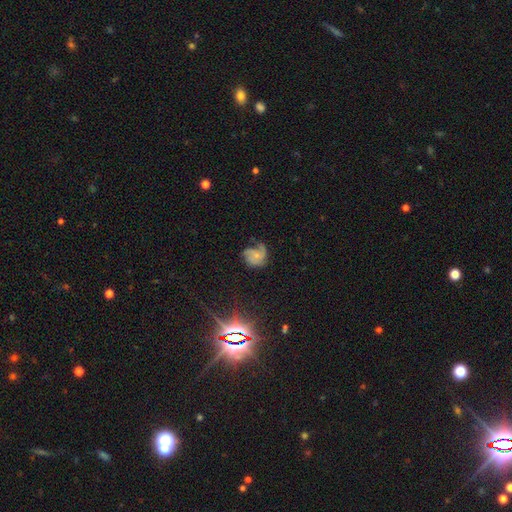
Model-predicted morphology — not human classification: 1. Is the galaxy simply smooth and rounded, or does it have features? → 63% featured or disk, 25% smooth, 12% star or artifact.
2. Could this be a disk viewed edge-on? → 98% no, 2% yes.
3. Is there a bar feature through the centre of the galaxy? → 79% no, 18% weak, 3% strong.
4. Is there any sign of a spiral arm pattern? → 90% yes, 10% no.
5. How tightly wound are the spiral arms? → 44% medium, 31% tight, 25% loose.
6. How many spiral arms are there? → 43% 3, 19% 2, 17% can't tell, 11% 1, 6% 4, 4% more than 4.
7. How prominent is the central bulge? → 67% small, 19% moderate, 12% none, 1% large, 1% dominant.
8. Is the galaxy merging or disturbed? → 49% none, 27% minor disturbance, 22% major disturbance, 3% merger.